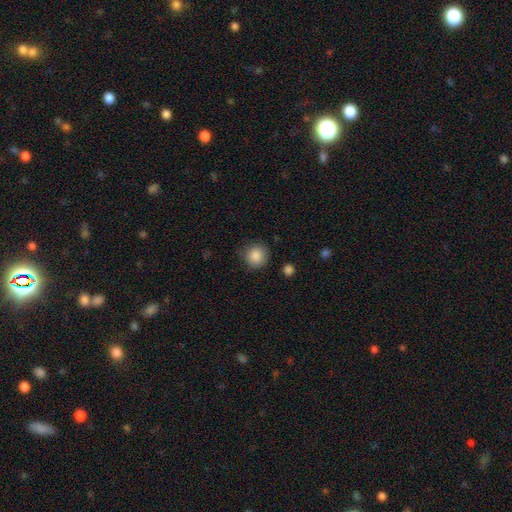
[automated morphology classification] type=smooth (87%); roundness=round (92%); merging=none (80%).